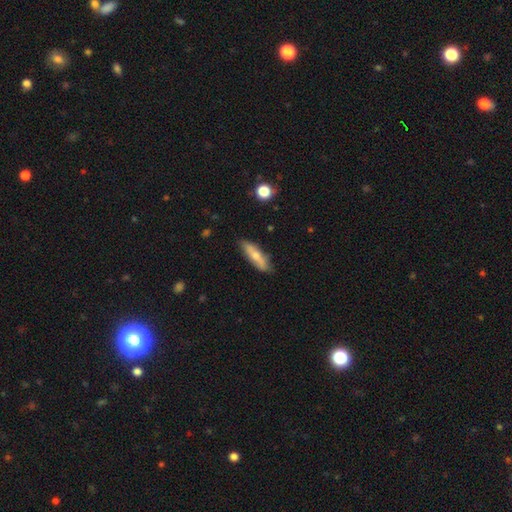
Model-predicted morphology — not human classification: Smooth or featured? Predicted: smooth (p=0.57). How rounded? Predicted: cigar-shaped (p=0.59). Merging? Predicted: none (p=0.80).